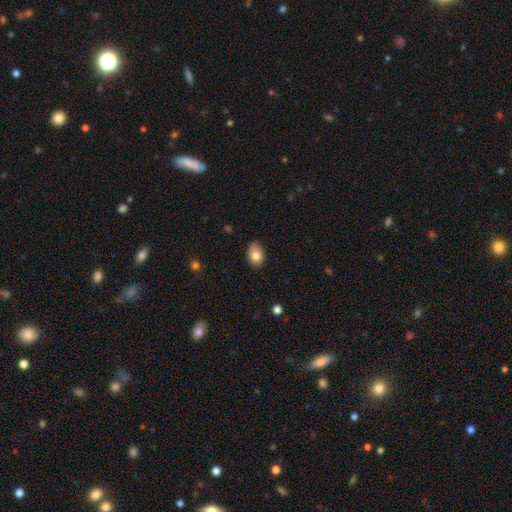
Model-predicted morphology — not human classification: Overall: smooth (79%). How rounded: in between (77%). Merging: none (64%; minor disturbance 29%).